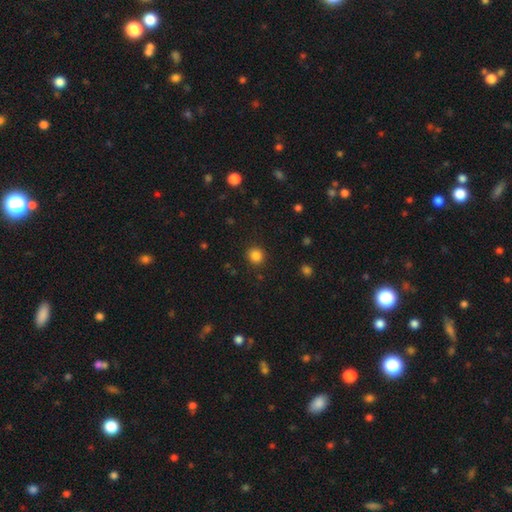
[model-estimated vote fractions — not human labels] This is clearly a smooth galaxy (85%). How rounded: clearly round (90%). Merging: clearly none (91%).